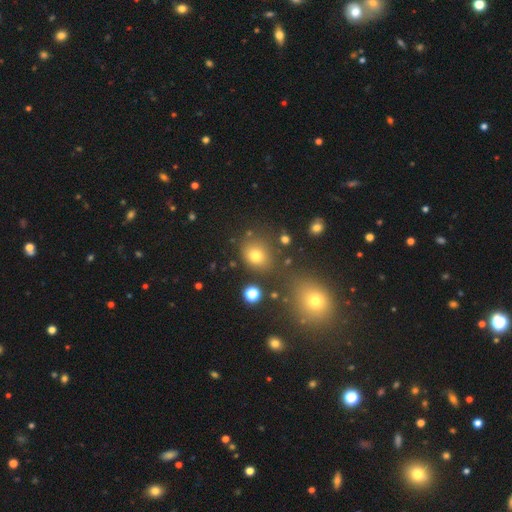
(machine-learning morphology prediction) type=smooth (73%); roundness=round (66%); merging=none (72%).